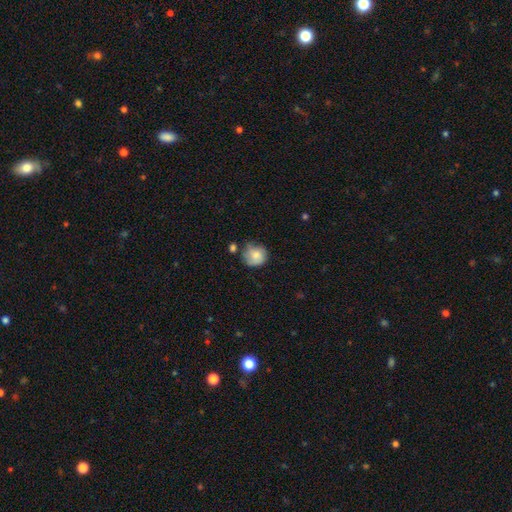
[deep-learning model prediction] Q: Smooth or featured?
A: smooth (74%); runner-up: featured or disk (18%)
Q: How rounded?
A: round (84%); runner-up: in between (16%)
Q: Merging?
A: none (53%); runner-up: minor disturbance (31%)